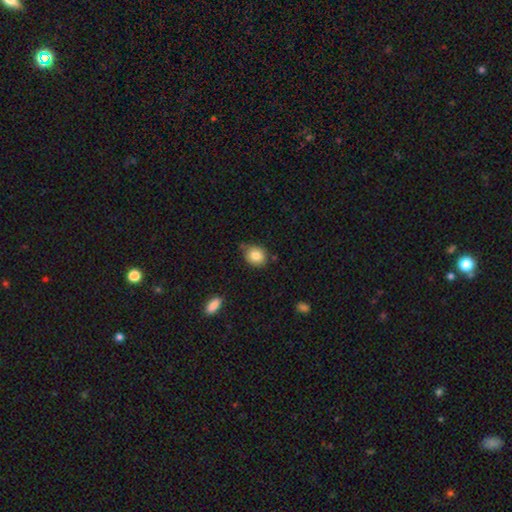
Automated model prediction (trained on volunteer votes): A smooth galaxy with no disk features (84%) that is round (66%). Merging: none (72%).